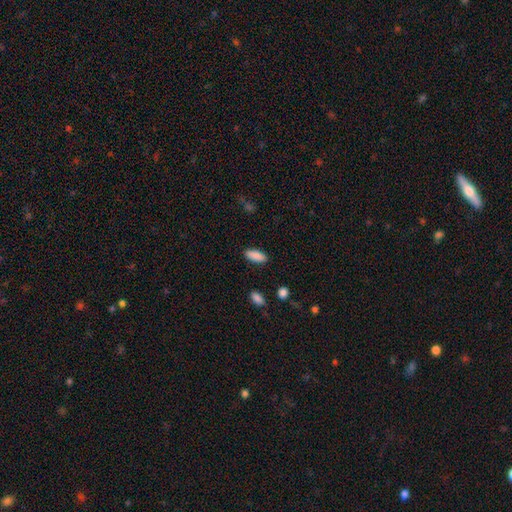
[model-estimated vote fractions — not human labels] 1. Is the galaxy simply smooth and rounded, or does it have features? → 89% smooth, 7% star or artifact, 4% featured or disk.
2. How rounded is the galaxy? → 80% in between, 18% cigar-shaped, 2% round.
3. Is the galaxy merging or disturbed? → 88% none, 9% minor disturbance, 2% major disturbance, 2% merger.